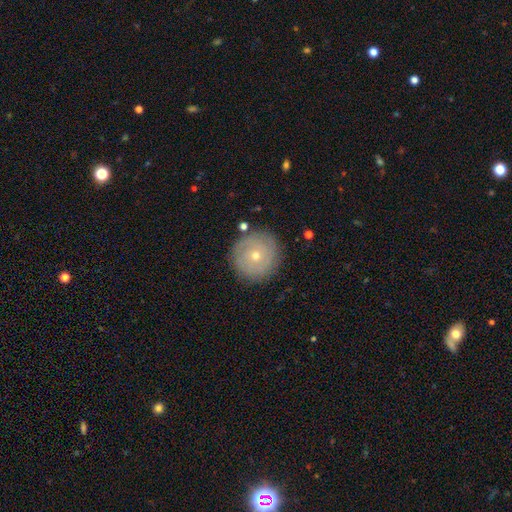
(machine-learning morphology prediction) This appears to be a featured or disk galaxy (49%). Merging: none (87%).